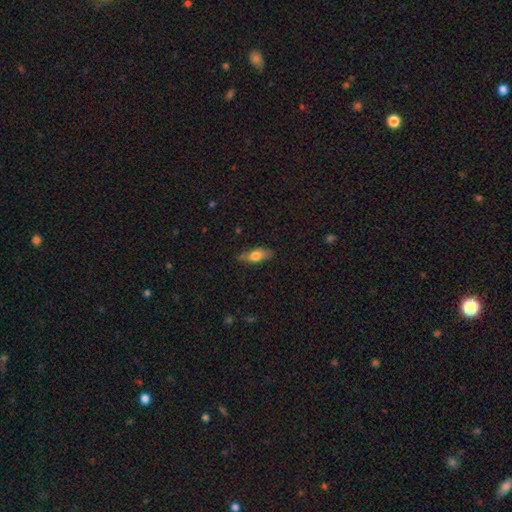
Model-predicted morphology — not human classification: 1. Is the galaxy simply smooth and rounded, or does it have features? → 71% smooth, 22% featured or disk, 7% star or artifact.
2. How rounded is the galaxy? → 75% in between, 22% cigar-shaped, 3% round.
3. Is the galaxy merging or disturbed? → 77% none, 18% minor disturbance, 4% major disturbance, 1% merger.